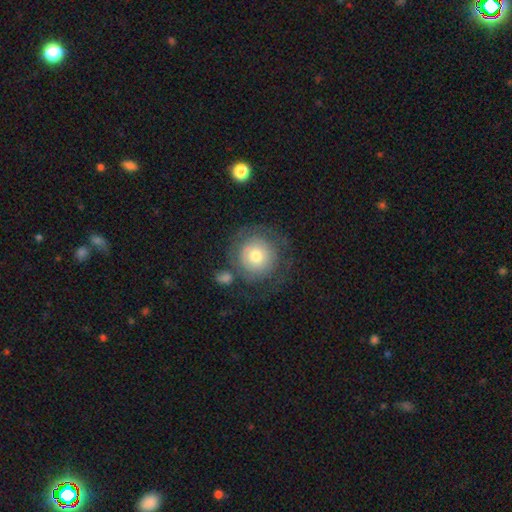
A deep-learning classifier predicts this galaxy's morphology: smooth-or-featured: smooth: 52% | featured or disk: 40% | star or artifact: 8%
  how-rounded: round: 93% | in between: 6% | cigar-shaped: 1%
  merging: none: 66% | minor disturbance: 15% | major disturbance: 13% | merger: 6%